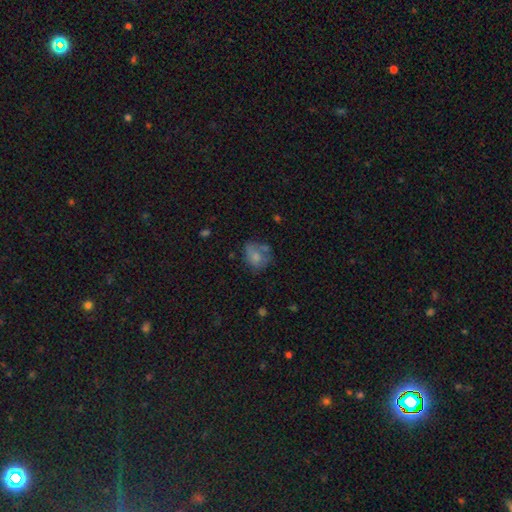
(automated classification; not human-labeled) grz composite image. It shows a smooth galaxy with no disk features (62%) that is round (58%). Merging: none (41%).